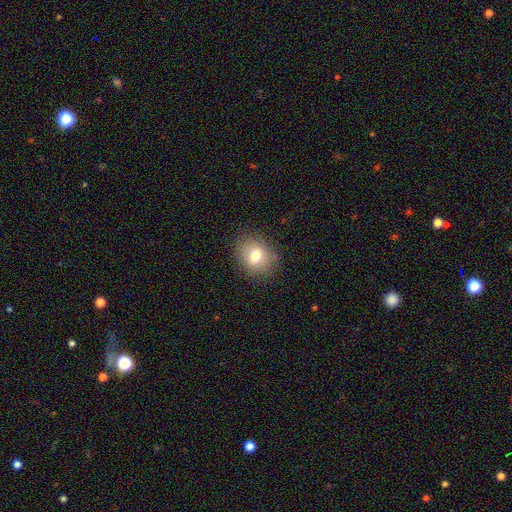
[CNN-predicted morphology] A smooth galaxy with no disk features (75%) that is round (57%).

Vote fractions:
- Smooth or featured? smooth: 75% / featured or disk: 14% / star or artifact: 11%
- How rounded? round: 57% / in between: 42% / cigar-shaped: 1%
- Merging? none: 85% / minor disturbance: 11% / major disturbance: 4% / merger: 1%